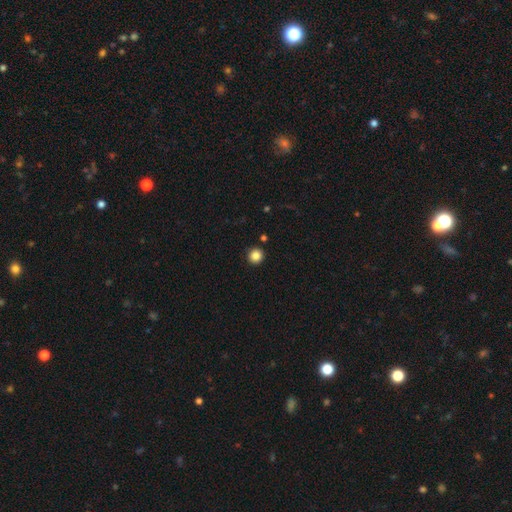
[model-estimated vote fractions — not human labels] Smooth or featured? smooth (85%)
How rounded? round (95%)
Merging? none (92%)